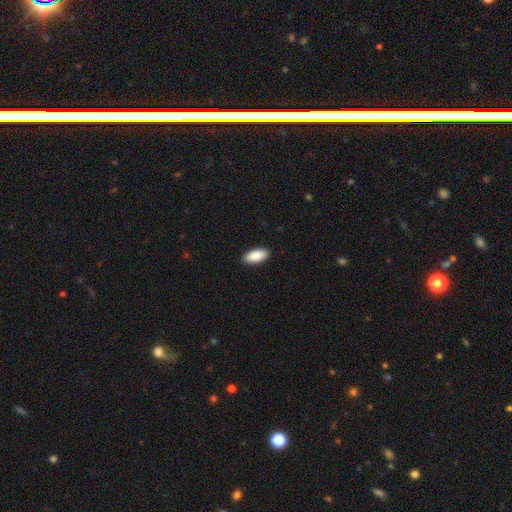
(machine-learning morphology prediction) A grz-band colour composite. It shows a smooth galaxy with no disk features (90%) that is in between round and cigar-shaped (91%). Merging: none (90%).